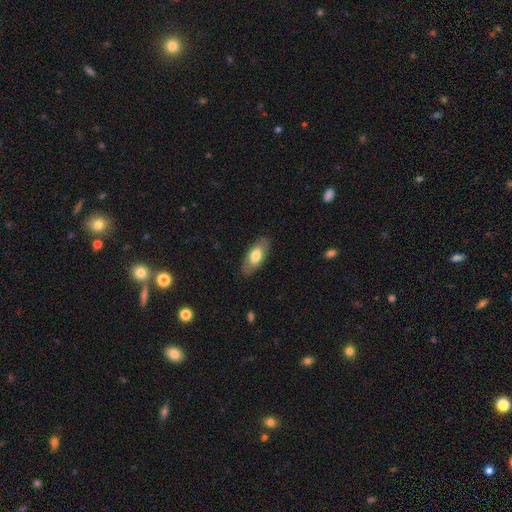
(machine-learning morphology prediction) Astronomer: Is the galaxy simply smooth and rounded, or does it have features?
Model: smooth — 68%.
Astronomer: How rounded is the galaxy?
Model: in between — 89%.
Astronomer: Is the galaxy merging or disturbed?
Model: none — 85%.